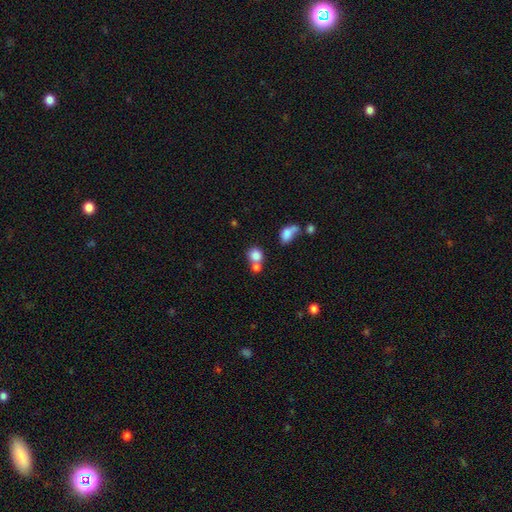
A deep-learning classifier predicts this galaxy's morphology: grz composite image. It shows a smooth galaxy with no disk features (81%) that is round (78%). Merging: none (45%).